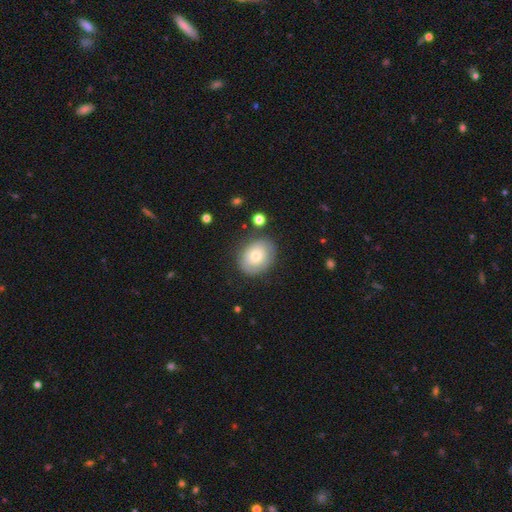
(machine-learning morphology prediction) Overall: featured or disk (48%; smooth 45%). Merging: none (77%).